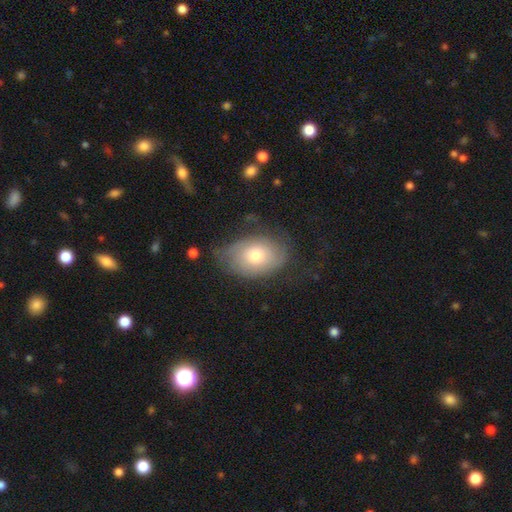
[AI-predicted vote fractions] This appears to be a smooth galaxy with no disk features (62%) that is in between round and cigar-shaped (81%). Merging: none (56%).